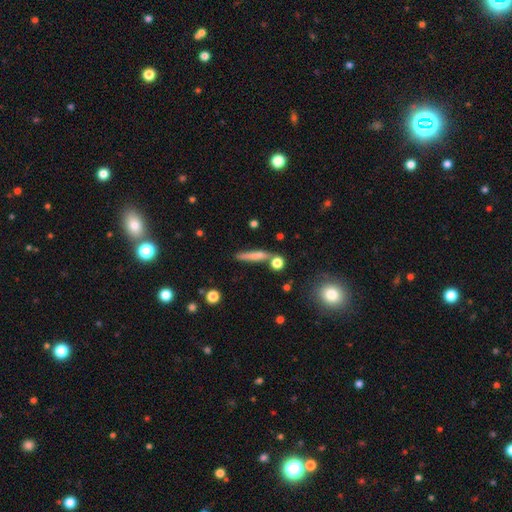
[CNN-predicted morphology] smooth 67%, featured or disk 24%, star or artifact 8%. Down the decision tree: how rounded — cigar-shaped (88%); merging — none (72%).